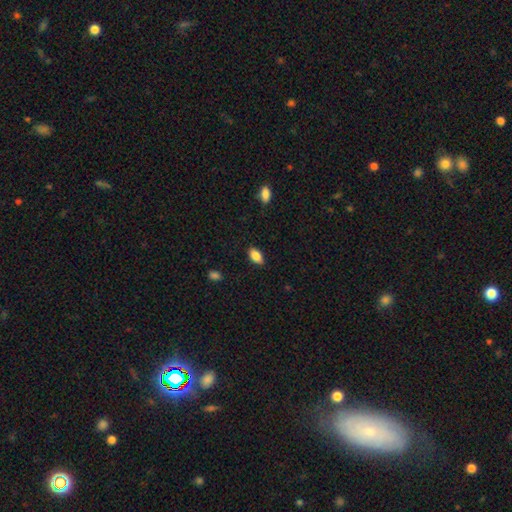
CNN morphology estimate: type=smooth (85%); roundness=in between (91%); merging=none (85%).